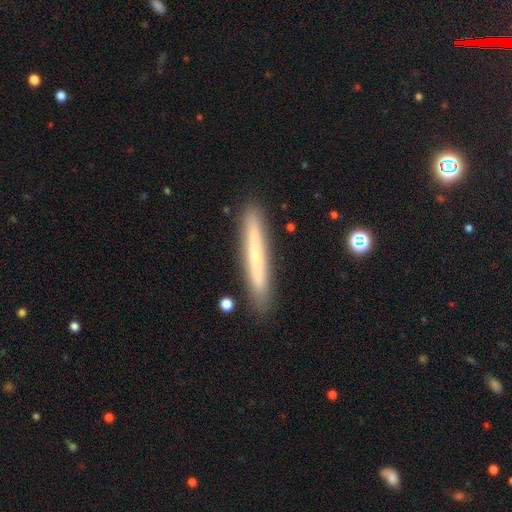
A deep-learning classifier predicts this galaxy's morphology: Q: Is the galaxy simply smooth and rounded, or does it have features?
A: smooth — 50%.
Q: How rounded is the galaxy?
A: cigar-shaped — 95%.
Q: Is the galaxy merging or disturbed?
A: none — 89%.